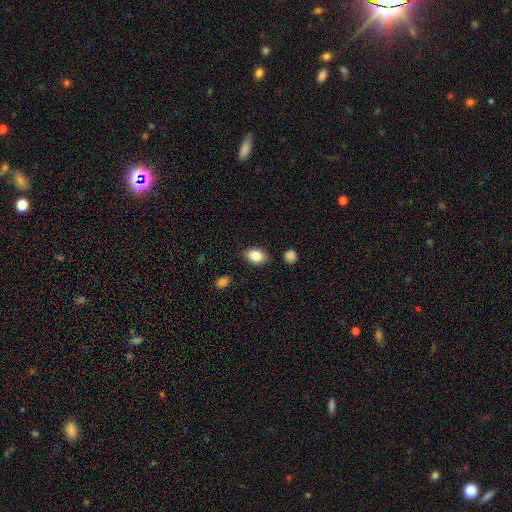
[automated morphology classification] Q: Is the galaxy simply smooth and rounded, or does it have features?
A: smooth — 84%.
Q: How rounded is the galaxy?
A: in between — 82%.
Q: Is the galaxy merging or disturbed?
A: none — 86%.